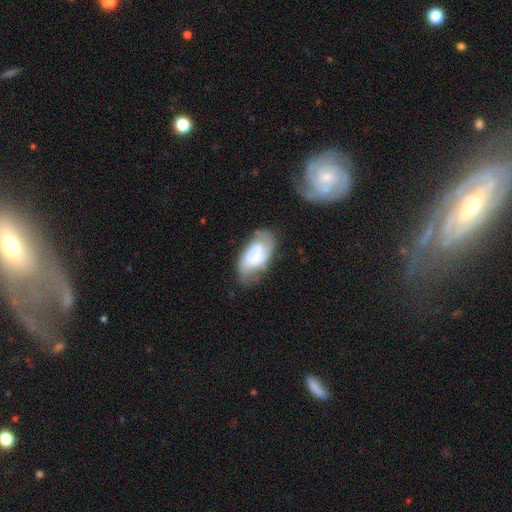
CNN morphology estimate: featured or disk 49%, smooth 44%, star or artifact 7%. Down the decision tree: merging — none (52%).